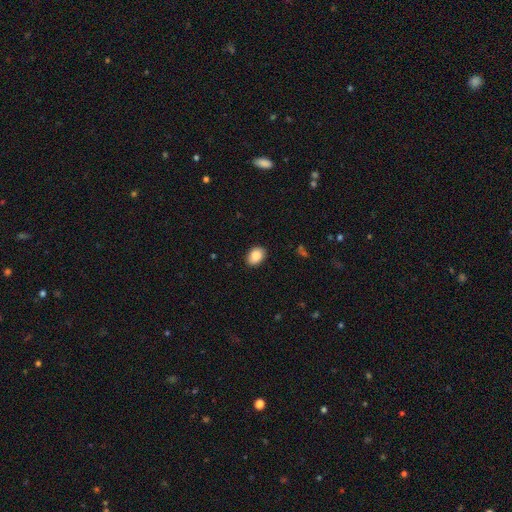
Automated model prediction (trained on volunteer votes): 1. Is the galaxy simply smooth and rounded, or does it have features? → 89% smooth, 7% star or artifact, 4% featured or disk.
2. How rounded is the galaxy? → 78% in between, 21% round, 1% cigar-shaped.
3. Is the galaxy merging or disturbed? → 86% none, 11% minor disturbance, 2% major disturbance, 1% merger.